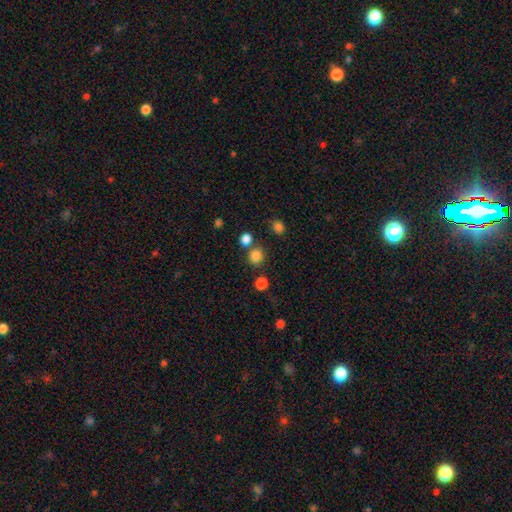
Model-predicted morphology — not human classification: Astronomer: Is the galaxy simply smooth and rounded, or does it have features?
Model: smooth — 83%.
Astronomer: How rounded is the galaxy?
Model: round — 85%.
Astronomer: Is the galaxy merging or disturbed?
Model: none — 77%.